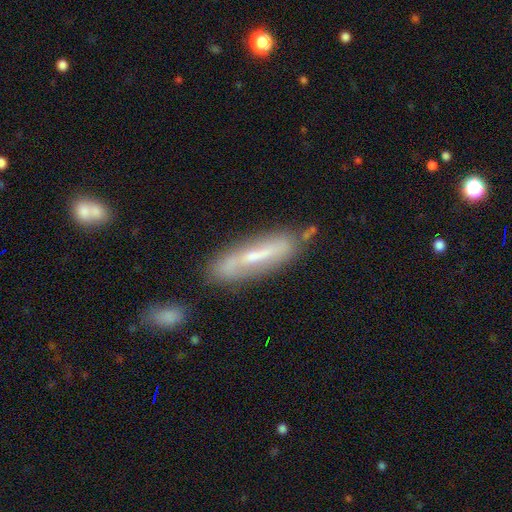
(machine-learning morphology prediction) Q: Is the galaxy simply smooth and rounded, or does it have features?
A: featured or disk — 60%.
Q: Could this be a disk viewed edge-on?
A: no — 64%.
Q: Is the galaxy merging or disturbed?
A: none — 72%.